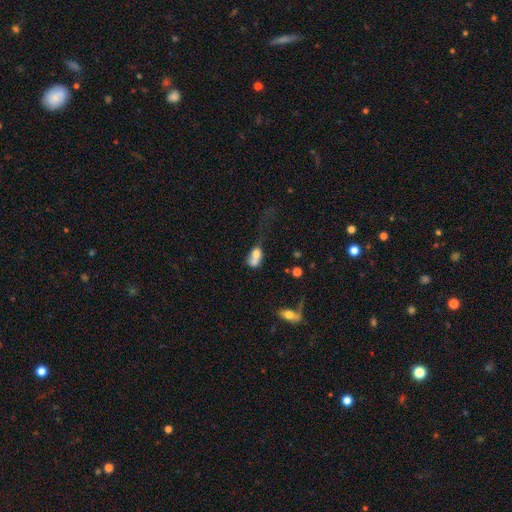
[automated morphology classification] This is likely a smooth galaxy (65%). How rounded: likely in between (69%). Merging: possibly merger (55%).